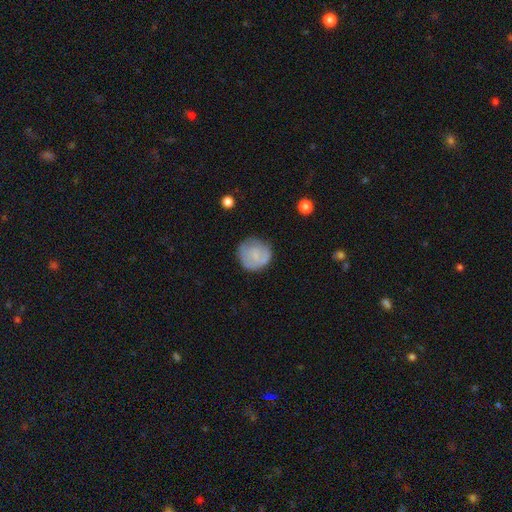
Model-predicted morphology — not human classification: The model was most divided on "smooth or featured": smooth: 66%, featured or disk: 26%, star or artifact: 7%. More confident: how rounded — round (89%); merging — none (69%).